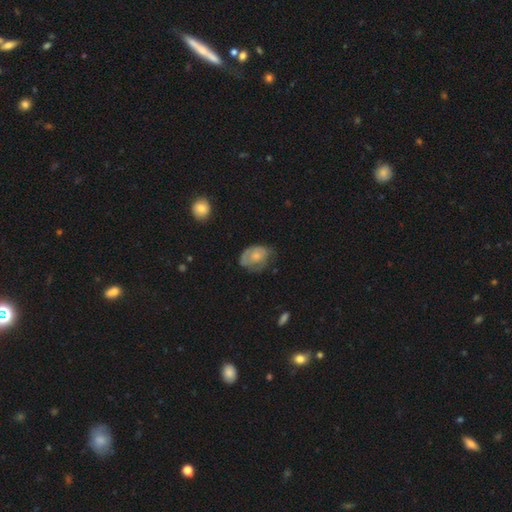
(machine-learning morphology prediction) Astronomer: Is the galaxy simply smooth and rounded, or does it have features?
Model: featured or disk — 47% (runner-up: smooth, 46%).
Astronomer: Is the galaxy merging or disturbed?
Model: none — 48% (runner-up: minor disturbance, 32%).